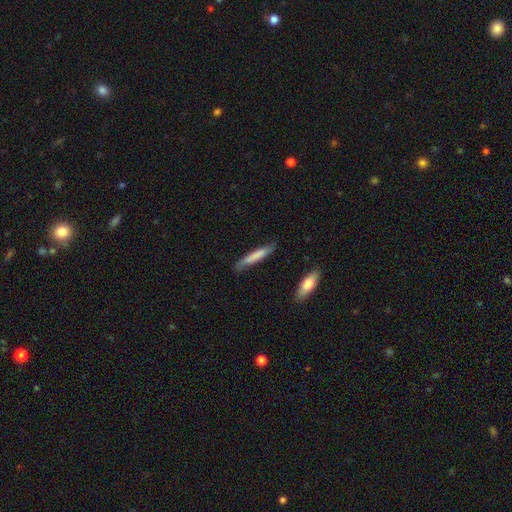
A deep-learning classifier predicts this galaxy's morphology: type=smooth (73%); roundness=cigar-shaped (92%); merging=none (78%).